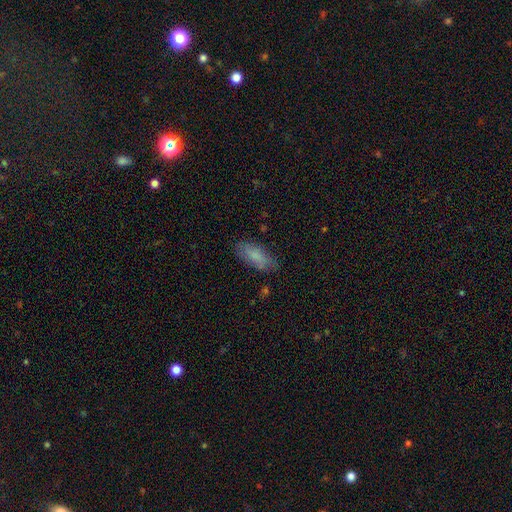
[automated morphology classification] Overall: smooth (77%). How rounded: in between (78%). Merging: none (76%).